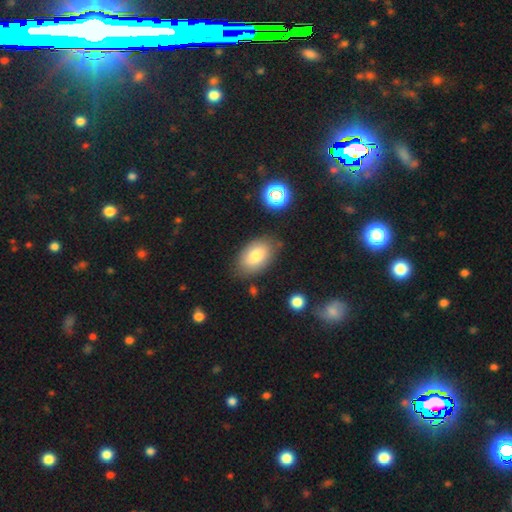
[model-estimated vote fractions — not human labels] smooth 78%, featured or disk 14%, star or artifact 8%. Down the decision tree: how rounded — in between (90%); merging — none (78%).